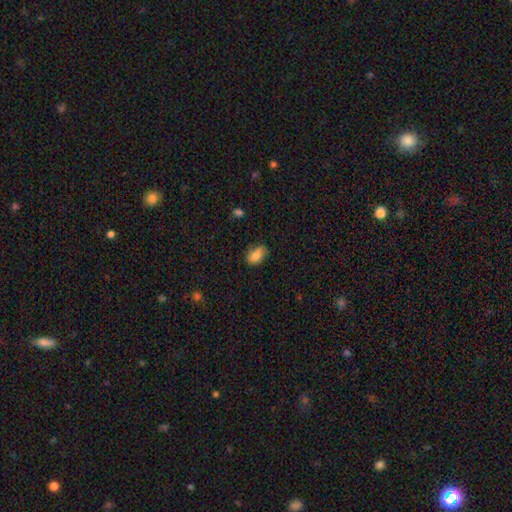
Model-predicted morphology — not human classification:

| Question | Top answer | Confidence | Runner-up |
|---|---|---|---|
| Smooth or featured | smooth | 82% | featured or disk (10%) |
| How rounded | in between | 88% | round (10%) |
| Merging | none | 73% | minor disturbance (22%) |